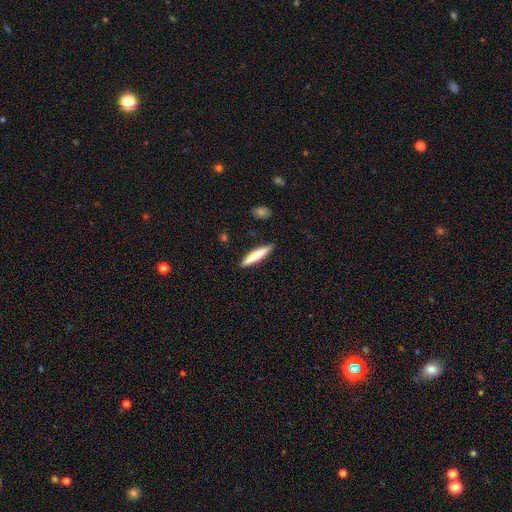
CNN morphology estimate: Smooth or featured? smooth (74%)
How rounded? cigar-shaped (91%)
Merging? none (90%)